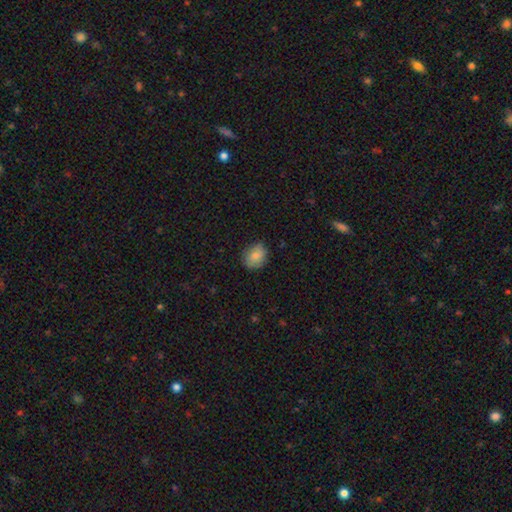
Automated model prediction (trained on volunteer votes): smooth_or_featured: smooth (p=0.82) [alt: featured or disk p=0.10]
how_rounded: round (p=0.53) [alt: in between p=0.46]
merging: none (p=0.79) [alt: minor disturbance p=0.16]